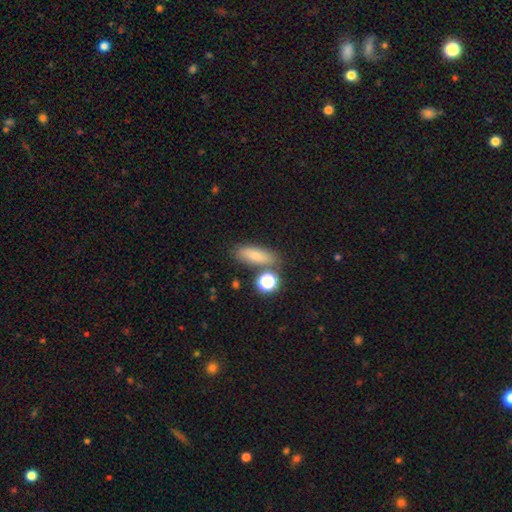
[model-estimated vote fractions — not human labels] smooth-or-featured: smooth: 79% | star or artifact: 11% | featured or disk: 10%
  how-rounded: in between: 59% | cigar-shaped: 33% | round: 8%
  merging: none: 73% | minor disturbance: 13% | merger: 10% | major disturbance: 4%